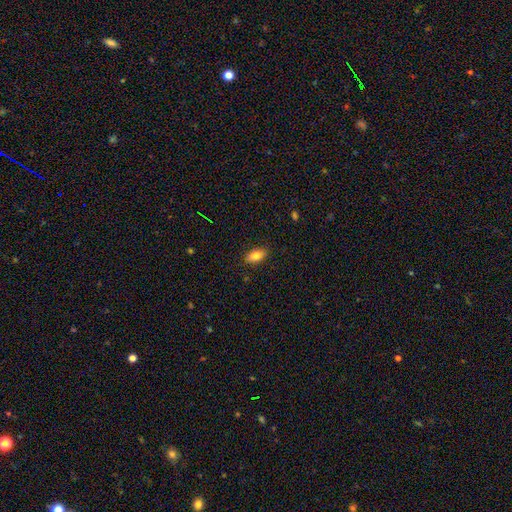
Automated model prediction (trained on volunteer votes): Smooth or featured?
  - smooth: 80% *
  - featured or disk: 12%
  - star or artifact: 8%
How rounded?
  - in between: 89% *
  - cigar-shaped: 7%
  - round: 4%
Merging?
  - none: 87% *
  - minor disturbance: 10%
  - major disturbance: 2%
  - merger: 1%